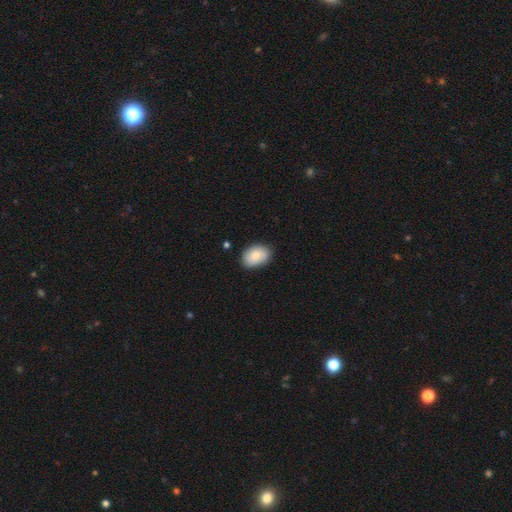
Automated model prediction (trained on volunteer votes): Q: Smooth or featured?
A: smooth (83%); runner-up: featured or disk (11%)
Q: How rounded?
A: in between (82%); runner-up: round (17%)
Q: Merging?
A: none (83%); runner-up: minor disturbance (13%)